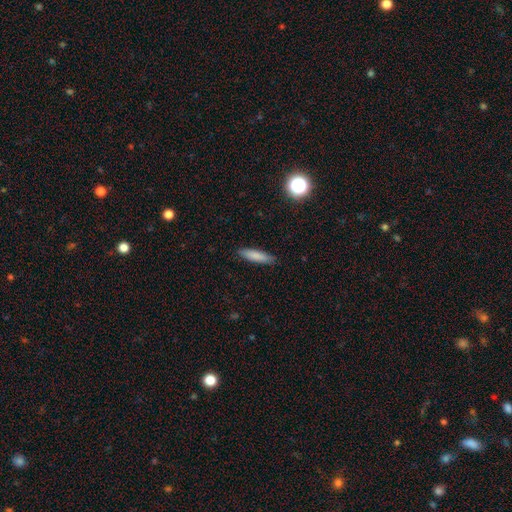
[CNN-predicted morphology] Q: Smooth or featured?
A: smooth (83%); runner-up: featured or disk (10%)
Q: How rounded?
A: cigar-shaped (73%); runner-up: in between (25%)
Q: Merging?
A: none (87%); runner-up: minor disturbance (10%)